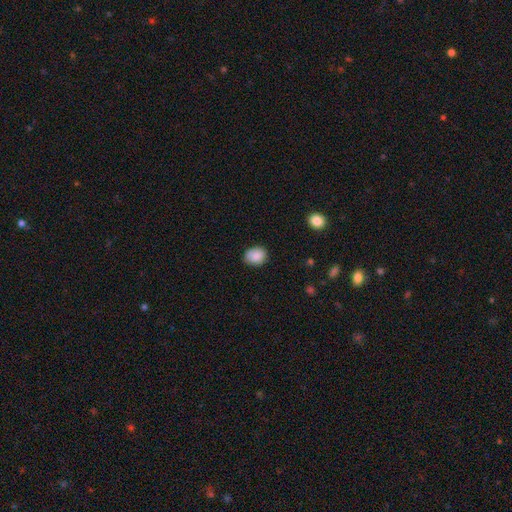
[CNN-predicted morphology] Smooth or featured? smooth (87%)
How rounded? in between (53%)
Merging? none (77%)